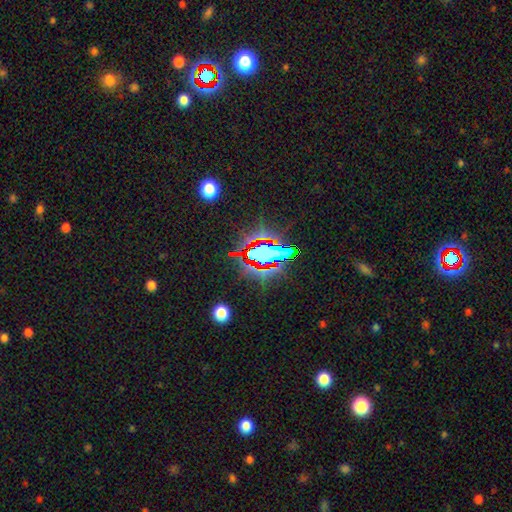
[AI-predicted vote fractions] This appears to be a star or artifact, not a galaxy (71%).